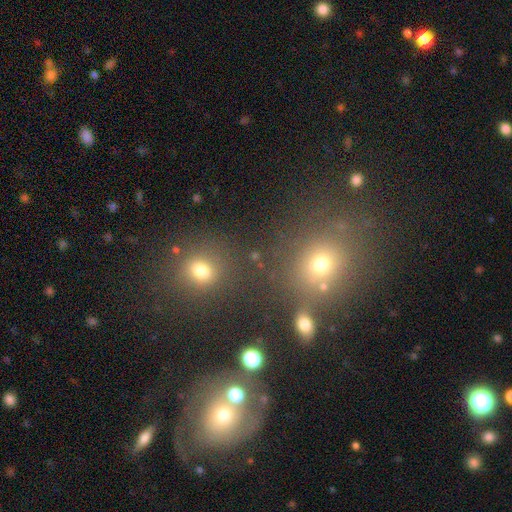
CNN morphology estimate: Smooth or featured?
  - smooth: 49% *
  - star or artifact: 38%
  - featured or disk: 12%
Merging?
  - none: 71% *
  - merger: 15%
  - minor disturbance: 10%
  - major disturbance: 5%